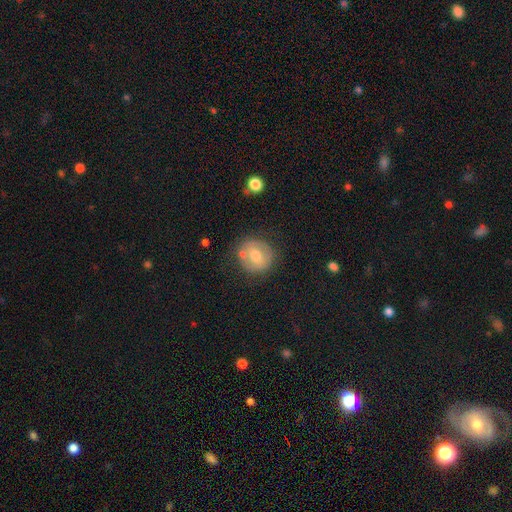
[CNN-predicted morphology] smooth 55%, featured or disk 36%, star or artifact 9%. Down the decision tree: how rounded — round (87%); merging — none (73%).